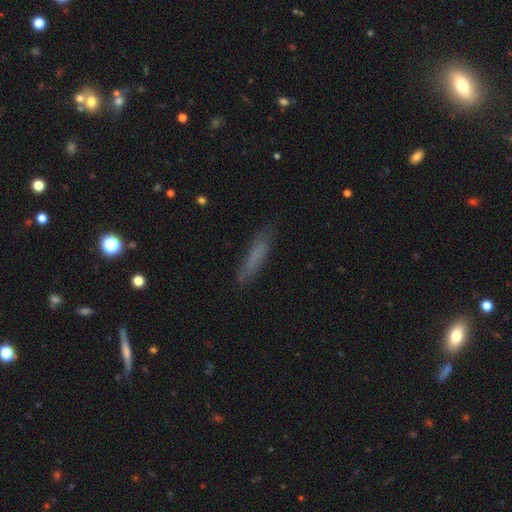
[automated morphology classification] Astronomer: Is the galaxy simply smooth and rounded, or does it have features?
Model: smooth — 71%.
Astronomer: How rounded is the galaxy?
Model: cigar-shaped — 84%.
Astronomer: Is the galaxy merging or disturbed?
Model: none — 78%.